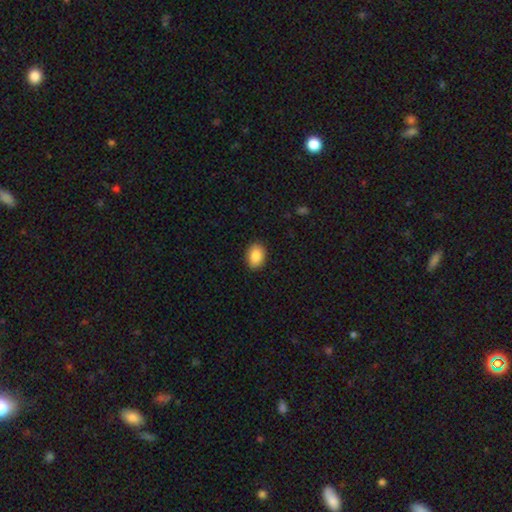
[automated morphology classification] smooth 89%, star or artifact 7%, featured or disk 4%. Down the decision tree: how rounded — in between (83%); merging — none (89%).